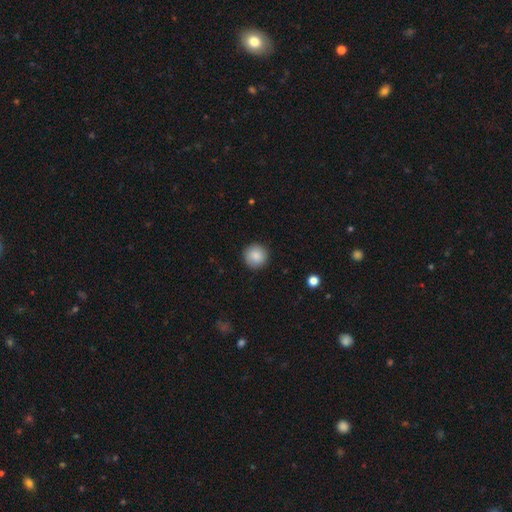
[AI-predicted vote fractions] smooth-or-featured: smooth: 87% | star or artifact: 8% | featured or disk: 5%
  how-rounded: round: 95% | in between: 4% | cigar-shaped: 1%
  merging: none: 91% | minor disturbance: 6% | major disturbance: 2% | merger: 1%